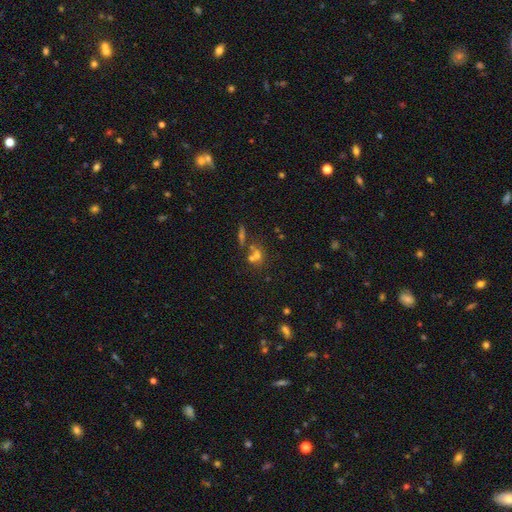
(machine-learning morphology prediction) smooth_or_featured: smooth (p=0.44) [alt: star or artifact p=0.33]
merging: none (p=0.46) [alt: merger p=0.39]